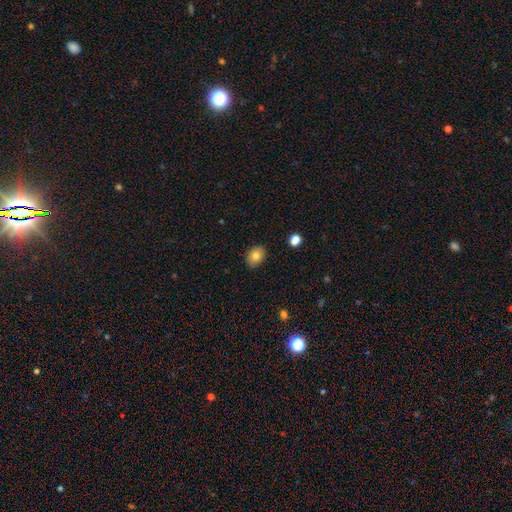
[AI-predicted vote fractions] A smooth galaxy with no disk features (81%) that is in between round and cigar-shaped (72%).

Vote fractions:
- Smooth or featured? smooth: 81% / featured or disk: 10% / star or artifact: 9%
- How rounded? in between: 72% / round: 27% / cigar-shaped: 1%
- Merging? none: 87% / minor disturbance: 10% / major disturbance: 2% / merger: 1%